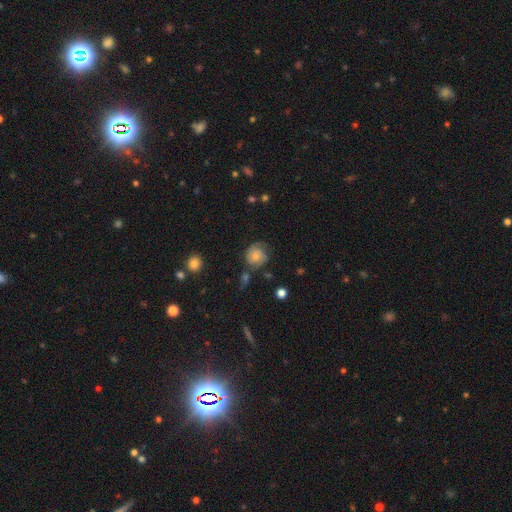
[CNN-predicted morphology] Overall: smooth (49%; featured or disk 41%). Merging: none (56%; minor disturbance 26%).